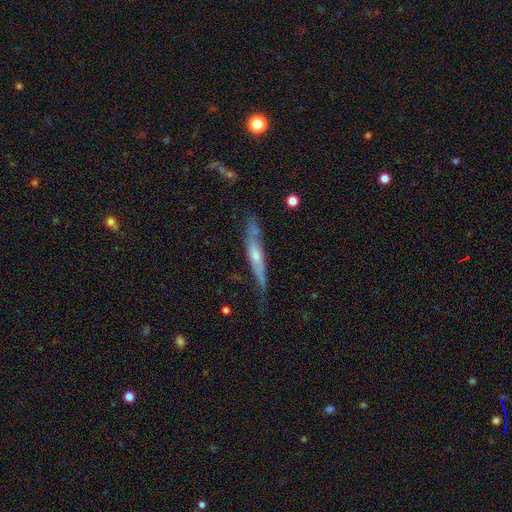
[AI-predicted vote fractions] Q: Smooth or featured?
A: featured or disk (64%); runner-up: smooth (29%)
Q: Edge-on disk?
A: yes (84%); runner-up: no (16%)
Q: Edge-on bulge?
A: rounded (65%); runner-up: none (28%)
Q: Merging?
A: none (64%); runner-up: minor disturbance (26%)